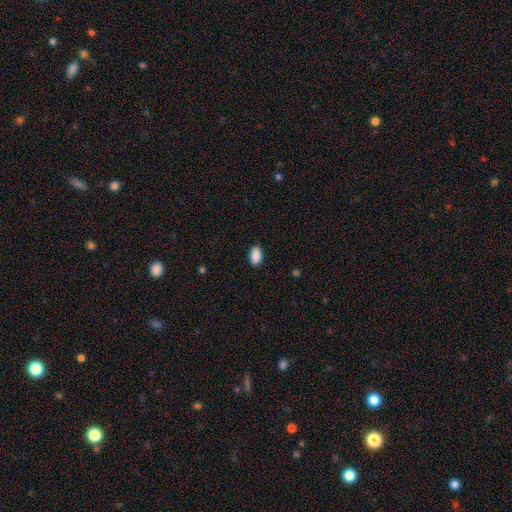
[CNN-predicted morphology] This is clearly a smooth galaxy (90%). How rounded: clearly in between (92%). Merging: clearly none (87%).